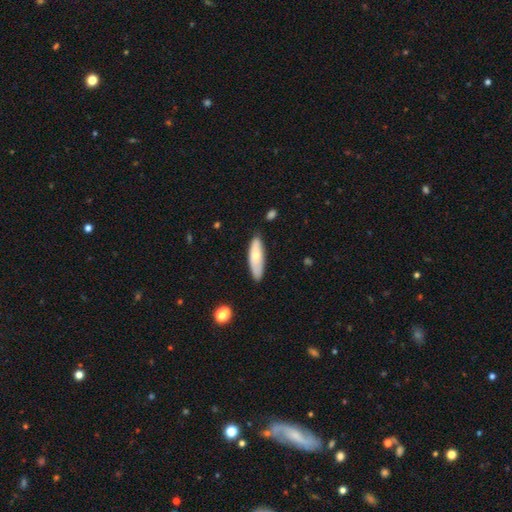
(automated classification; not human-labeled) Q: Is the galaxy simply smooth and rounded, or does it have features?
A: smooth — 67%.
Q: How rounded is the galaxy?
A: cigar-shaped — 49%, tied with in between.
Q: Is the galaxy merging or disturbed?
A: none — 76%.